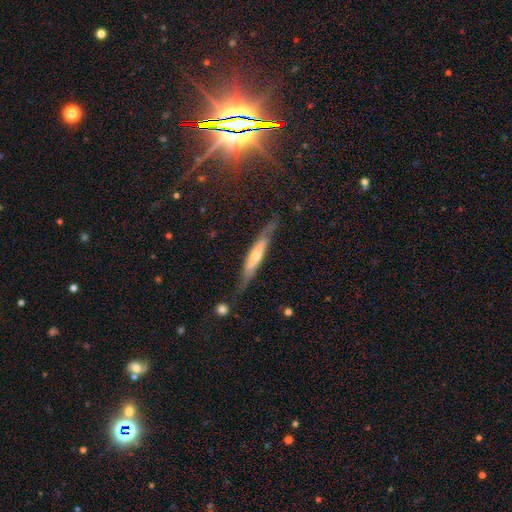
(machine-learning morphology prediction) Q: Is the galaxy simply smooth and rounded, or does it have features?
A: featured or disk — 61%.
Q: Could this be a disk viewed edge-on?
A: yes — 79%.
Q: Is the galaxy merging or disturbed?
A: none — 67%.